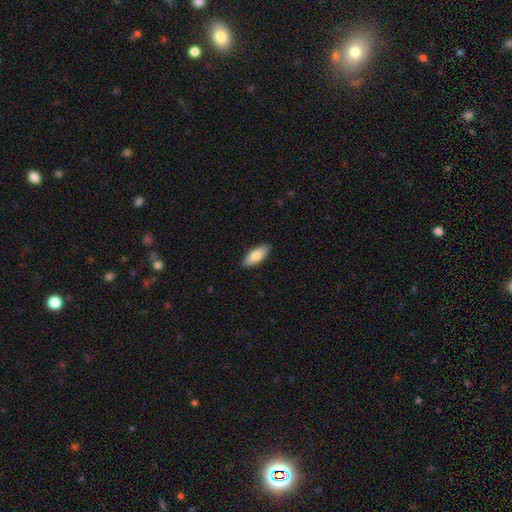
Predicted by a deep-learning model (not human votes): This appears to be a smooth galaxy with no disk features (81%) that is in between round and cigar-shaped (82%). Merging: none (89%).